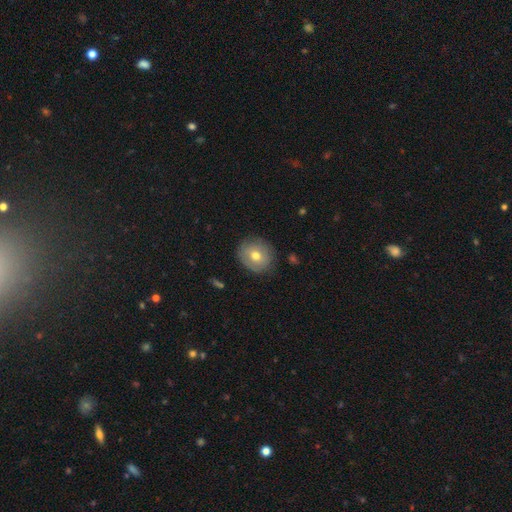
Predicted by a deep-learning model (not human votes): Q: Smooth or featured?
A: smooth (65%); runner-up: featured or disk (27%)
Q: How rounded?
A: round (80%); runner-up: in between (19%)
Q: Merging?
A: none (80%); runner-up: minor disturbance (15%)